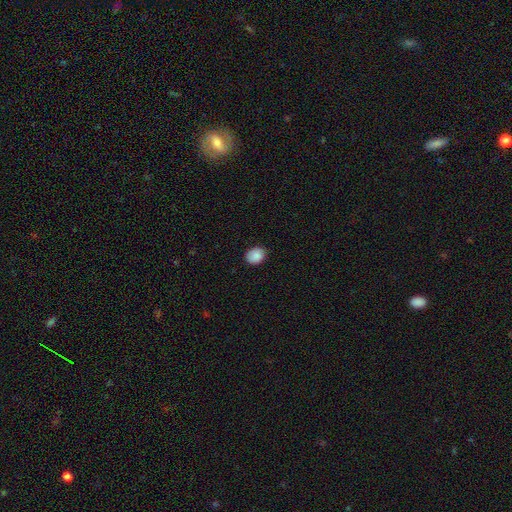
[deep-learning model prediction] smooth 89%, star or artifact 8%, featured or disk 4%. Down the decision tree: how rounded — in between (57%); merging — none (84%).